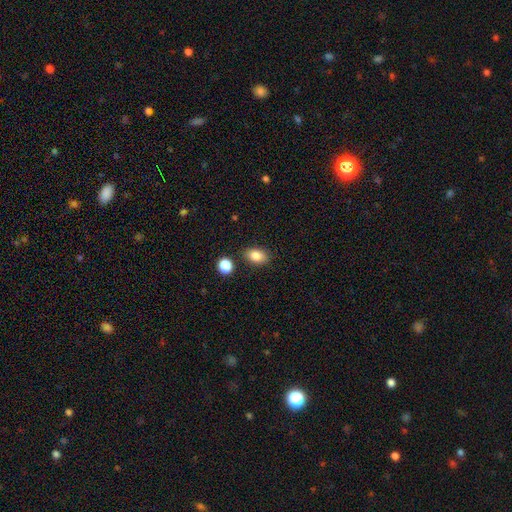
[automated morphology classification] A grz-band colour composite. It shows a smooth galaxy with no disk features (85%) that is in between round and cigar-shaped (82%). Merging: none (85%).